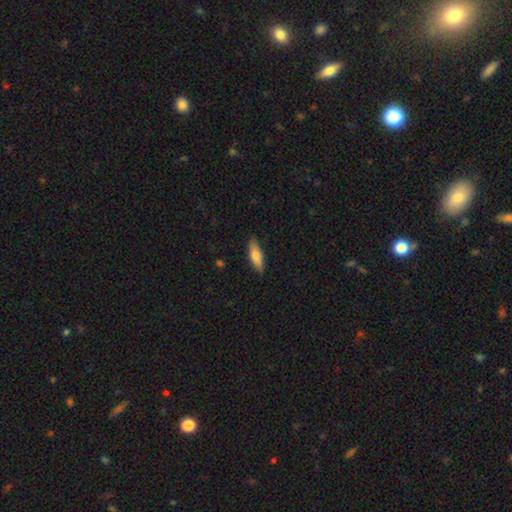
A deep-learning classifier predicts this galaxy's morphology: smooth-or-featured: smooth: 71% | featured or disk: 23% | star or artifact: 6%
  how-rounded: cigar-shaped: 51% | in between: 47% | round: 2%
  merging: none: 86% | minor disturbance: 11% | major disturbance: 2% | merger: 1%